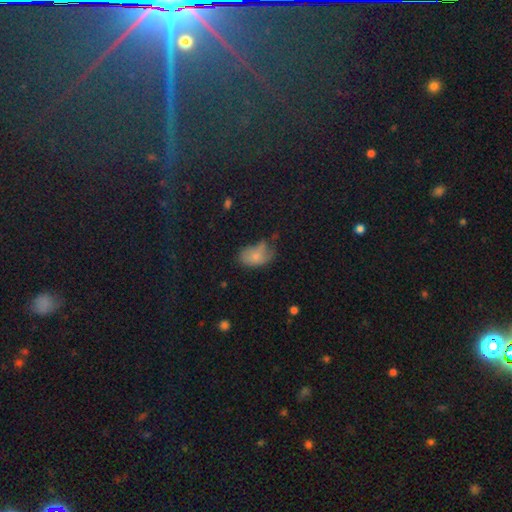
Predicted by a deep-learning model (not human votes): A smooth galaxy with no disk features (71%) that is in between round and cigar-shaped (87%). Merging: minor disturbance (37%).